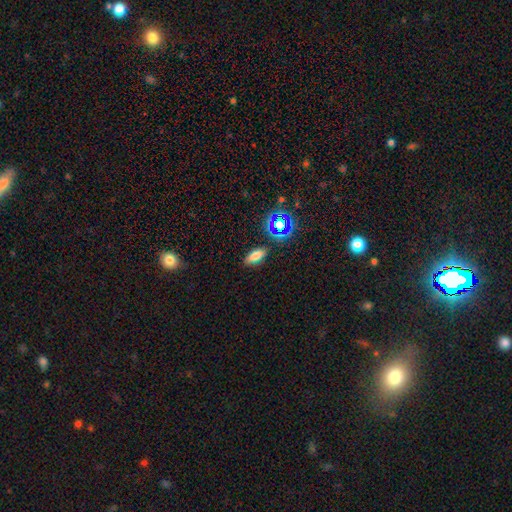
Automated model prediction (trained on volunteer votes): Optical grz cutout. It shows a smooth galaxy with no disk features (75%) that is in between round and cigar-shaped (80%). Merging: none (86%).